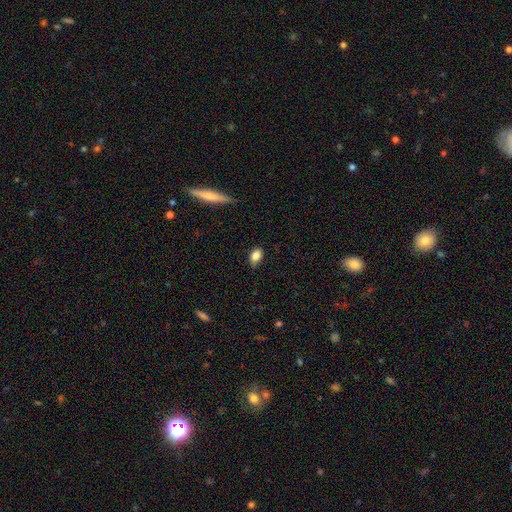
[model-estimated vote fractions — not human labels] smooth-or-featured: smooth: 85% | star or artifact: 8% | featured or disk: 7%
  how-rounded: in between: 82% | round: 16% | cigar-shaped: 2%
  merging: none: 76% | minor disturbance: 19% | major disturbance: 3% | merger: 1%